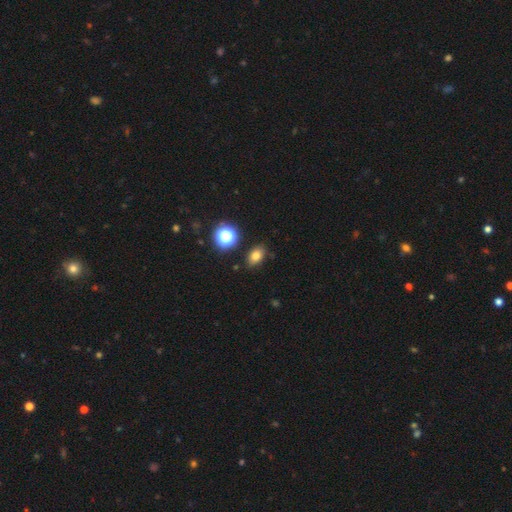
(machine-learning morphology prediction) Overall: smooth (78%). How rounded: in between (80%). Merging: none (84%).